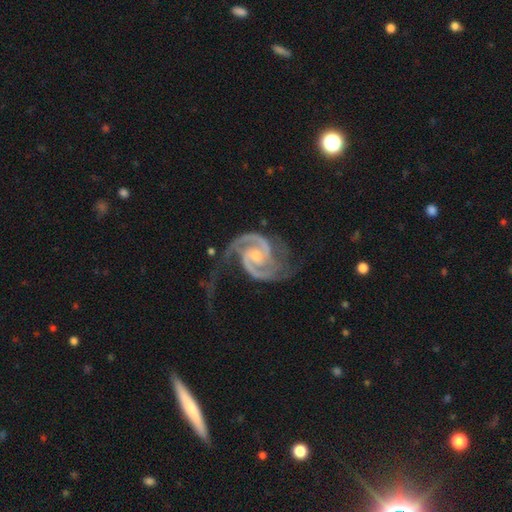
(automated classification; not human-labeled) The model was most divided on "bulge size": moderate: 47%, small: 45%, none: 4%, large: 2%, dominant: 1%. Remaining: spiral arms — yes (99%); edge-on disk — no (98%); smooth or featured — featured or disk (94%); spiral arm count — 2 (91%); merging — none (54%); spiral winding — medium (53%); bar — weak (44%).